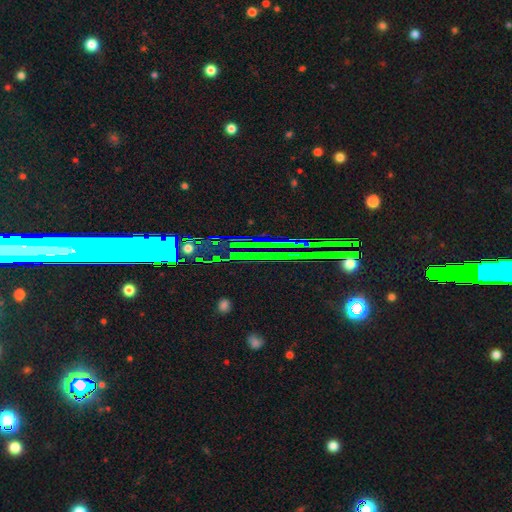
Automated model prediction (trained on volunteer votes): A star or artifact, not a galaxy (68%).